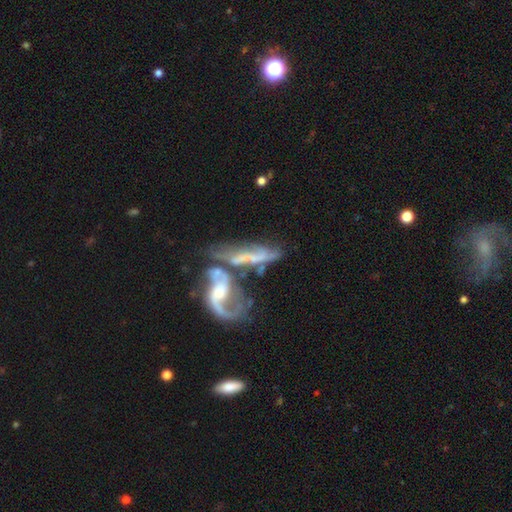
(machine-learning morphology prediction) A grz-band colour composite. It shows a featured or disk galaxy (71%) with no bar (46%), spiral arms (77%) and a small central bulge (36%). Merging: merger (59%).